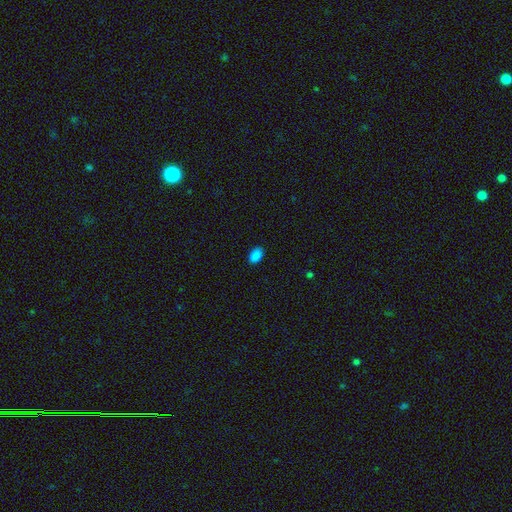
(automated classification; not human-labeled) The model was most divided on "smooth or featured": smooth: 87%, star or artifact: 10%, featured or disk: 2%. More confident: how rounded — in between (90%); merging — none (88%).